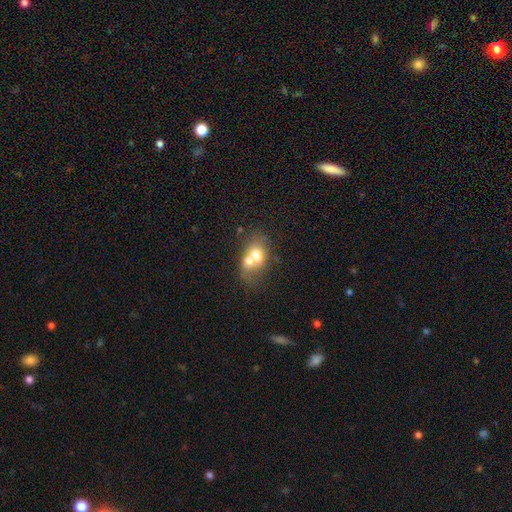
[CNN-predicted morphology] A smooth galaxy with no disk features (63%) that is in between round and cigar-shaped (61%). Merging: merger (66%).